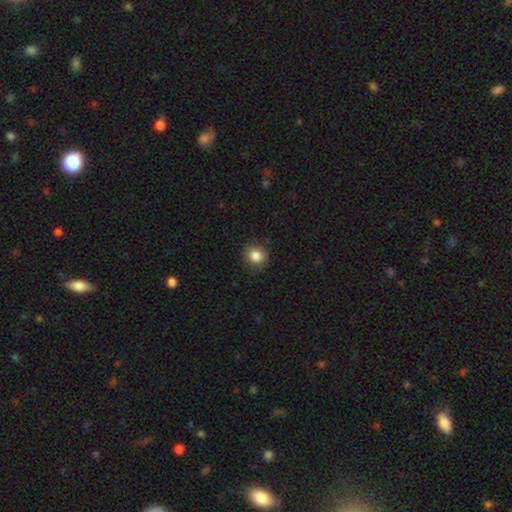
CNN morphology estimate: Smooth or featured: smooth — 85% (star or artifact — 10%)
How rounded: round — 86% (in between — 14%)
Merging: none — 86% (minor disturbance — 10%)